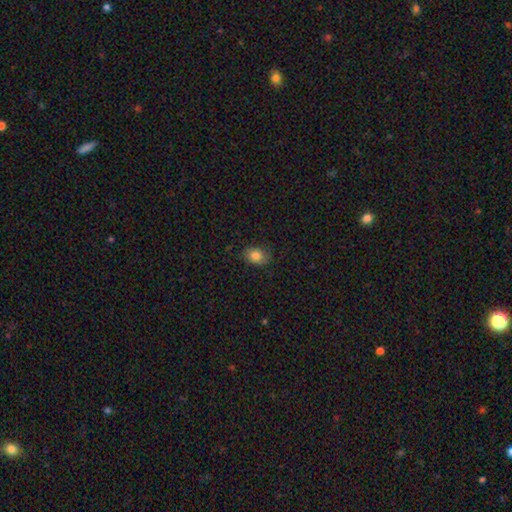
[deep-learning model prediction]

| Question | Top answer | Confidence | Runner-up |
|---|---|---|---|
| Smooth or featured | smooth | 83% | star or artifact (9%) |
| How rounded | in between | 71% | round (28%) |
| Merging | none | 78% | minor disturbance (17%) |